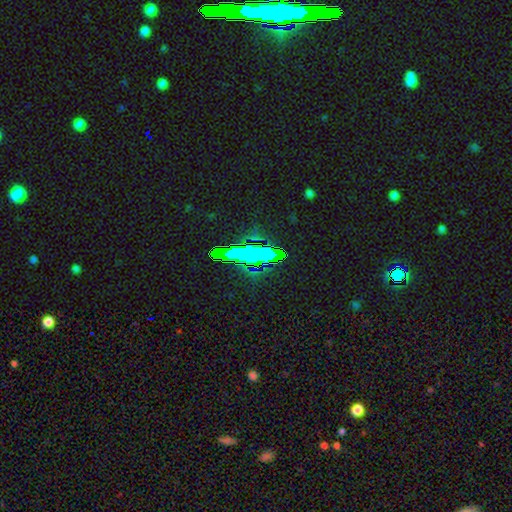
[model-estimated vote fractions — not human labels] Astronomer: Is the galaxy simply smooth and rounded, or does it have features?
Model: star or artifact — 66%.